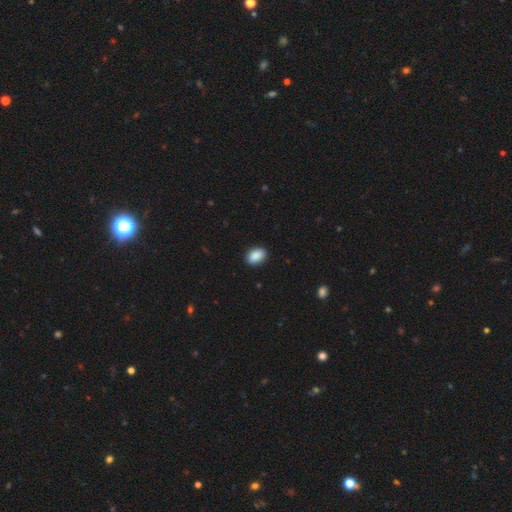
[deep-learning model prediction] Overall: smooth (89%). How rounded: in between (86%). Merging: none (89%).